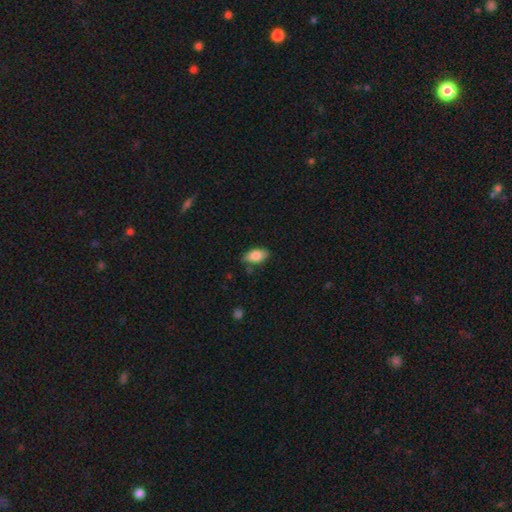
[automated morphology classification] Smooth or featured: smooth — 84% (featured or disk — 9%)
How rounded: in between — 92% (round — 5%)
Merging: none — 79% (minor disturbance — 16%)